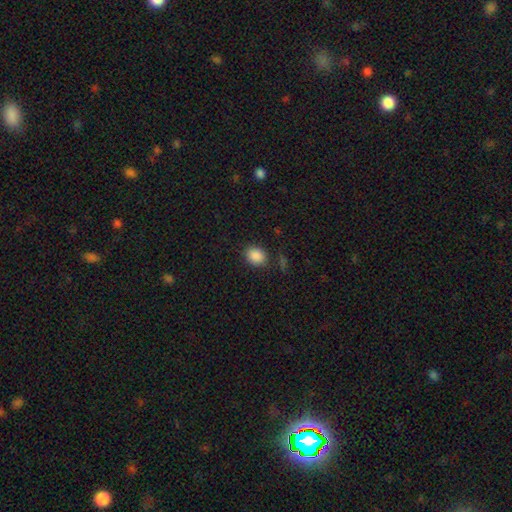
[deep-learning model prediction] The model was most divided on "how rounded": round: 54%, in between: 45%, cigar-shaped: 1%. More confident: smooth or featured — smooth (87%); merging — none (82%).